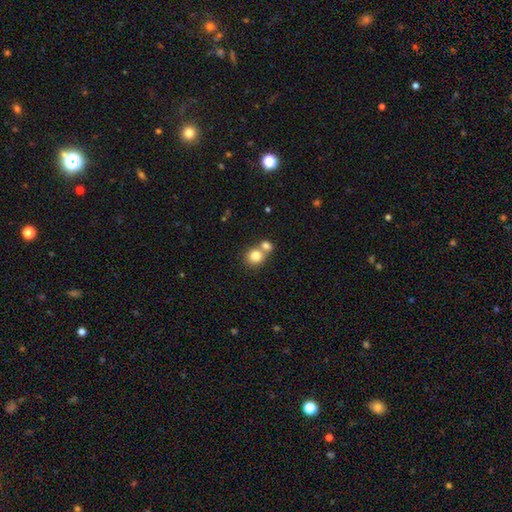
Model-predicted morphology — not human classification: Smooth or featured? smooth (81%)
How rounded? round (77%)
Merging? merger (50%)